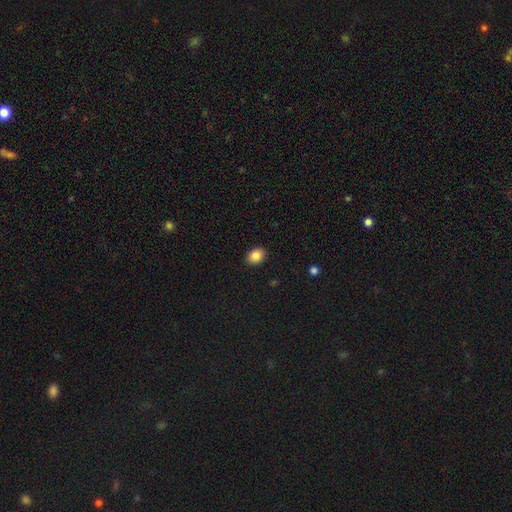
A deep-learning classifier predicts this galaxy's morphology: A smooth galaxy with no disk features (86%) that is in between round and cigar-shaped (66%). Merging: none (90%).